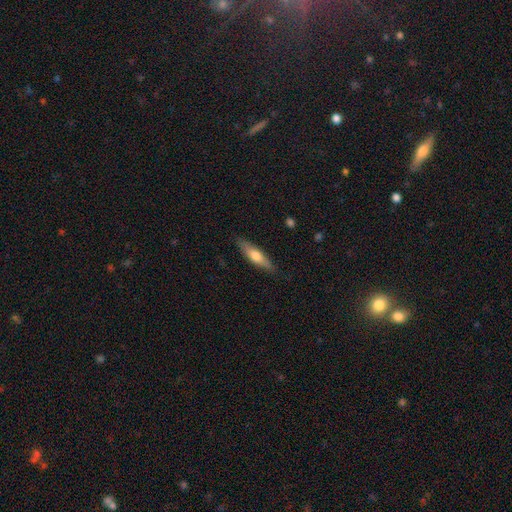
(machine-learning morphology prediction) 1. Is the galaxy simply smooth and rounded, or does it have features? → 61% smooth, 34% featured or disk, 6% star or artifact.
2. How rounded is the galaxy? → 67% cigar-shaped, 31% in between, 2% round.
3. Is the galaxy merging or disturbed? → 85% none, 11% minor disturbance, 2% major disturbance, 1% merger.